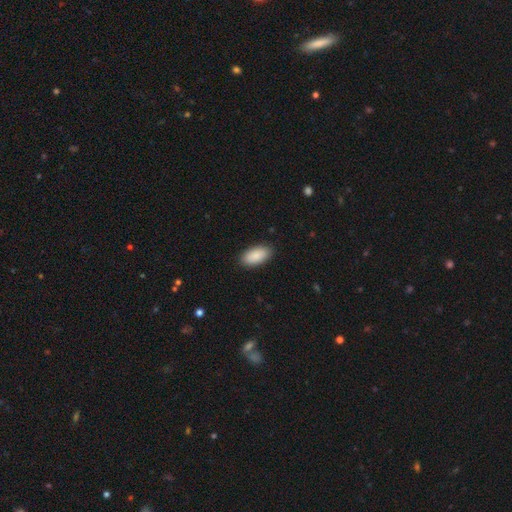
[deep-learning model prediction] This appears to be a smooth galaxy with no disk features (89%) that is in between round and cigar-shaped (94%). Merging: none (88%).